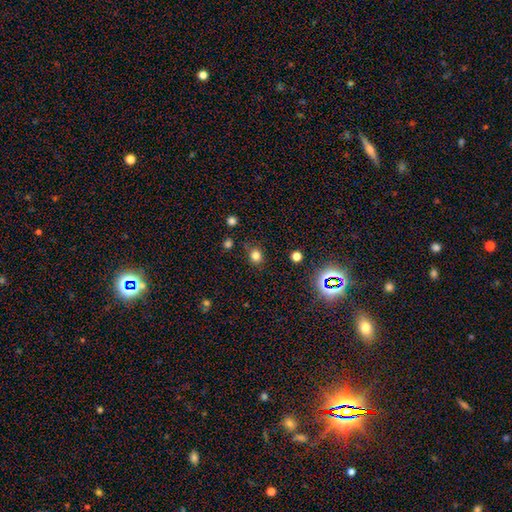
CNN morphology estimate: Smooth or featured? smooth (78%)
How rounded? round (76%)
Merging? none (82%)